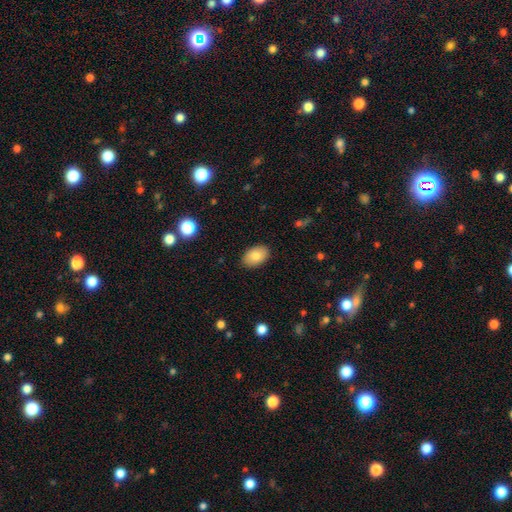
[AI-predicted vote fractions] Smooth or featured: smooth — 82% (featured or disk — 11%)
How rounded: in between — 90% (round — 8%)
Merging: none — 88% (minor disturbance — 9%)